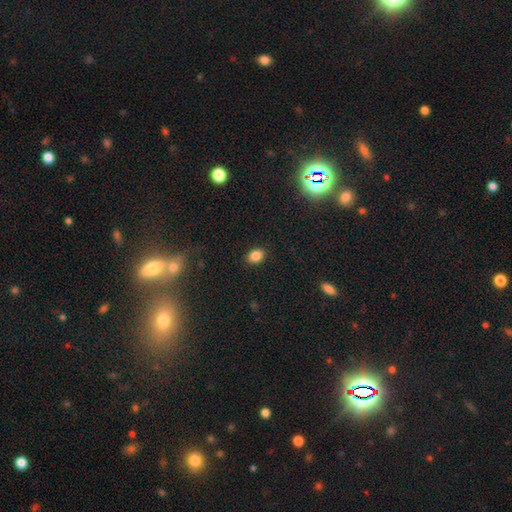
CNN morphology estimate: Smooth or featured? smooth (84%)
How rounded? in between (66%)
Merging? none (88%)